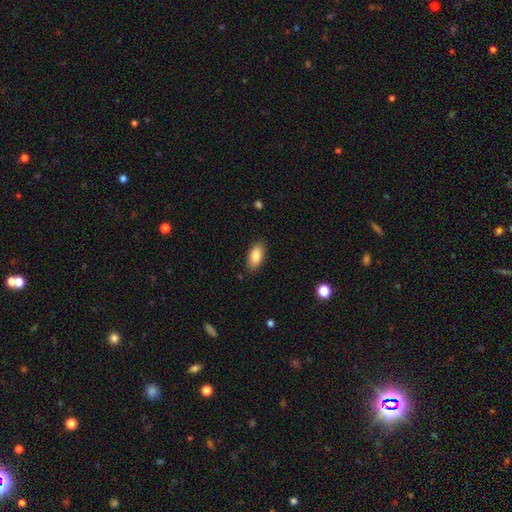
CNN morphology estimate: This appears to be a smooth galaxy with no disk features (85%) that is in between round and cigar-shaped (91%). Merging: none (86%).